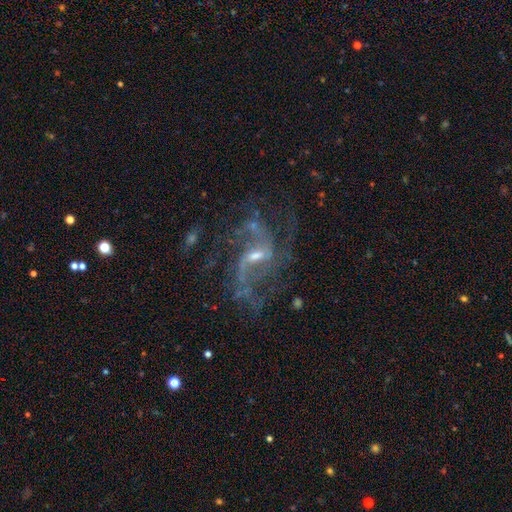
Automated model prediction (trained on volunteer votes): This appears to be a featured or disk galaxy (87%) with a weak bar (54%), 2 (60%) loose (51%) spiral arms (95%) and a small central bulge (55%). Merging: none (60%).